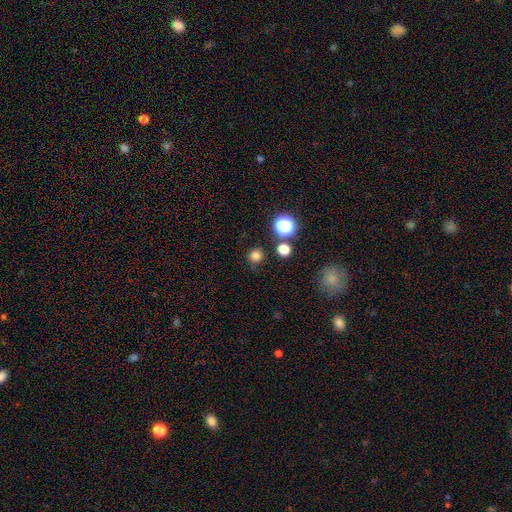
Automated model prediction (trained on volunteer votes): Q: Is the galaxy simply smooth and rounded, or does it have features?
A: smooth — 78%.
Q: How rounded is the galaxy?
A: round — 94%.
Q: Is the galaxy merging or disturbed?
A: none — 86%.